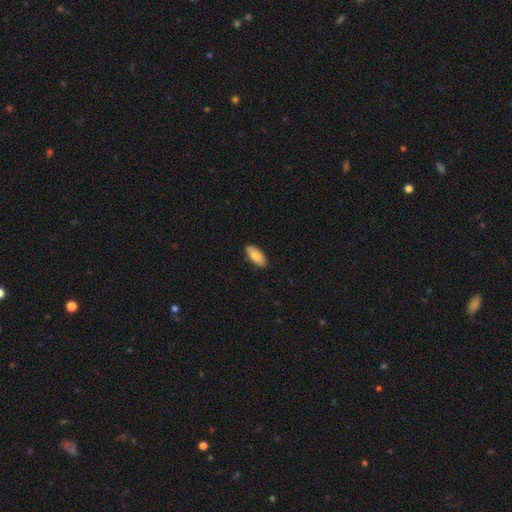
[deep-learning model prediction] Overall: smooth (83%). How rounded: in between (87%). Merging: none (88%).